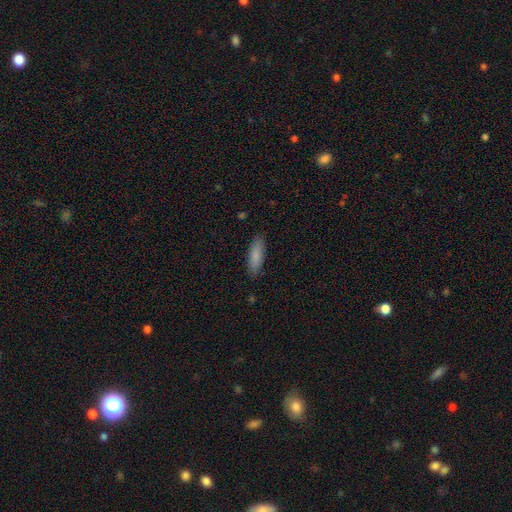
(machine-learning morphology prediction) This appears to be a smooth galaxy with no disk features (86%) that is in between round and cigar-shaped (55%). Merging: none (87%).